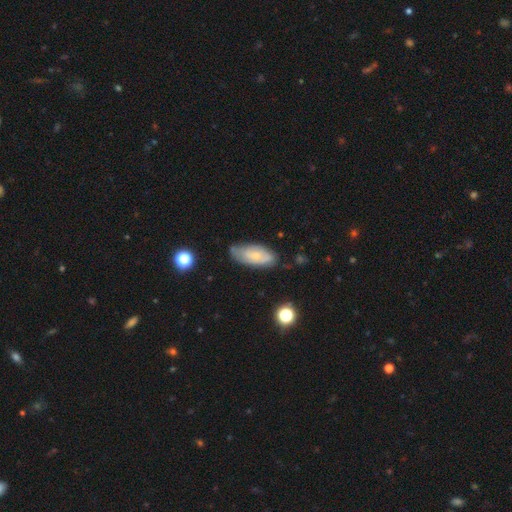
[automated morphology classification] This is possibly a smooth galaxy (50%). How rounded: clearly in between (85%). Merging: likely none (63%).